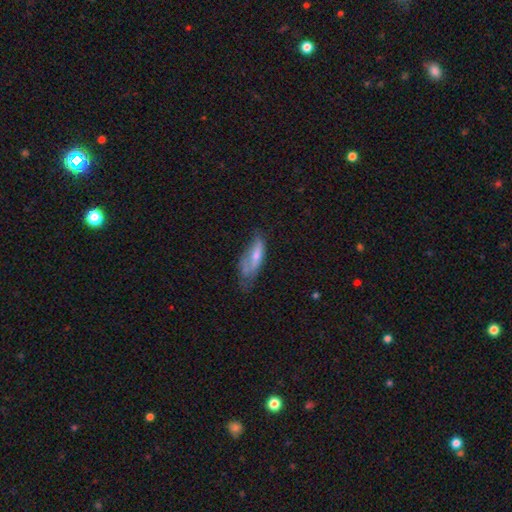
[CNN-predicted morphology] This is possibly a smooth galaxy (54%). How rounded: possibly in between (59%). Merging: marginally minor disturbance (34%).